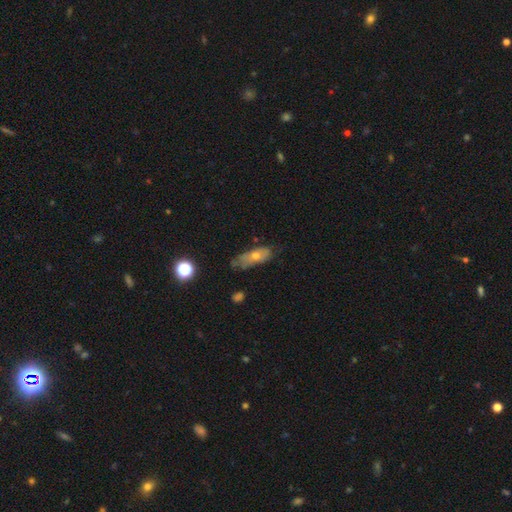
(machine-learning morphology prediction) This is possibly a smooth galaxy (51%). How rounded: likely in between (70%). Merging: possibly none (47%).